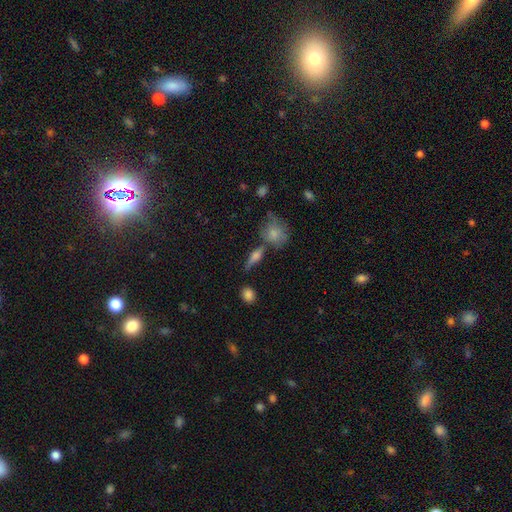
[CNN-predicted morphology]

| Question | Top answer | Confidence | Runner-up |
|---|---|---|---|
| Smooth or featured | smooth | 48% | featured or disk (41%) |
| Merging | none | 67% | minor disturbance (15%) |